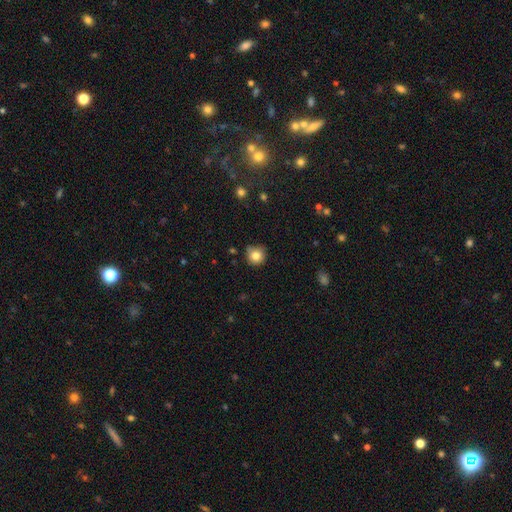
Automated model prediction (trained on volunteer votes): Smooth or featured? Predicted: smooth (p=0.82). How rounded? Predicted: round (p=0.93). Merging? Predicted: none (p=0.78).